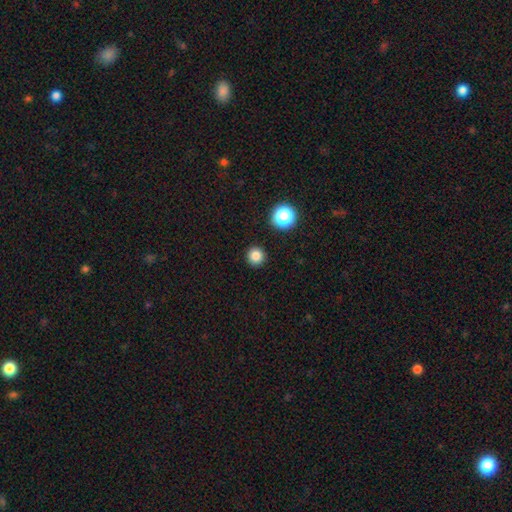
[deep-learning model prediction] A smooth galaxy with no disk features (82%) that is round (95%). Merging: none (92%).